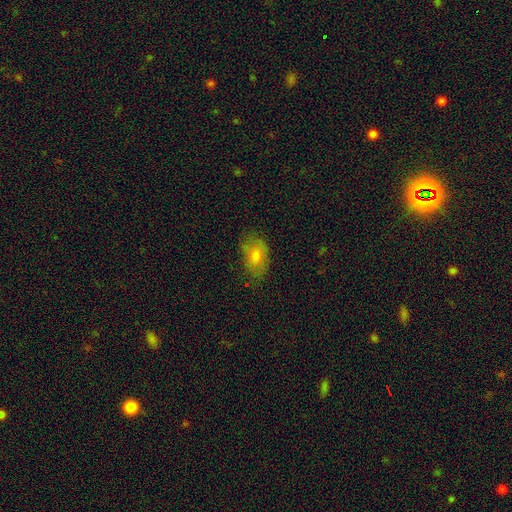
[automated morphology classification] Overall: smooth (73%). How rounded: in between (86%). Merging: none (68%).